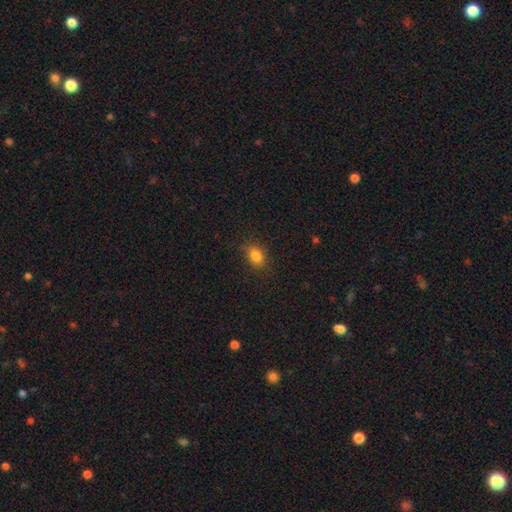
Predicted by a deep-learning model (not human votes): smooth_or_featured: smooth (p=0.84) [alt: star or artifact p=0.11]
how_rounded: in between (p=0.62) [alt: round p=0.36]
merging: none (p=0.81) [alt: minor disturbance p=0.14]